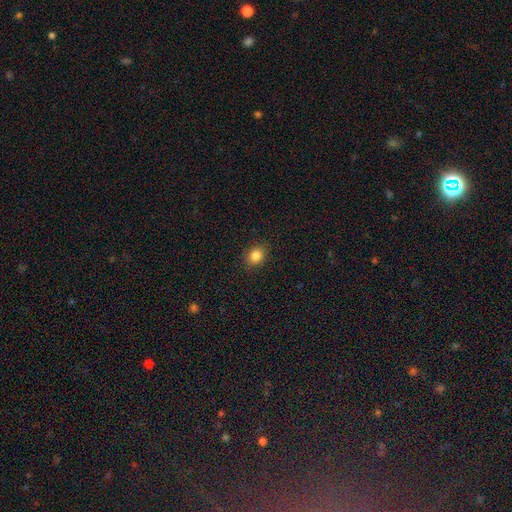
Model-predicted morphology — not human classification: smooth-or-featured: smooth: 85% | star or artifact: 11% | featured or disk: 4%
  how-rounded: round: 59% | in between: 40% | cigar-shaped: 1%
  merging: none: 89% | minor disturbance: 8% | major disturbance: 2% | merger: 1%